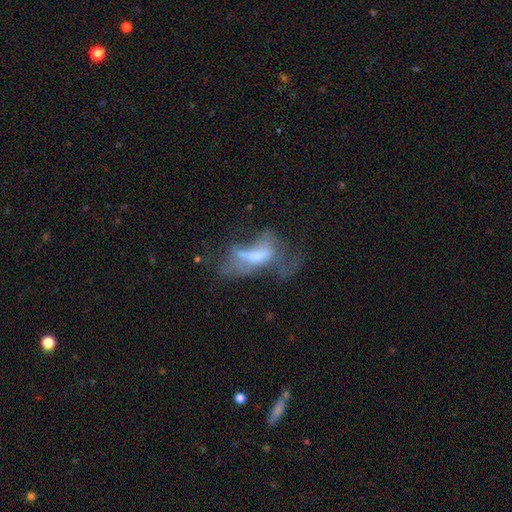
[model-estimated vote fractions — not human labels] Q: Smooth or featured?
A: featured or disk (51%); runner-up: smooth (36%)
Q: Edge-on disk?
A: no (90%); runner-up: yes (10%)
Q: Merging?
A: major disturbance (51%); runner-up: none (18%)